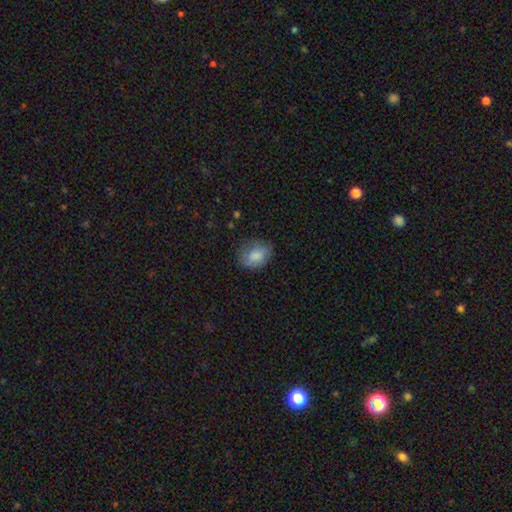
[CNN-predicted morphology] Smooth or featured? Predicted: smooth (p=0.83). How rounded? Predicted: in between (p=0.59). Merging? Predicted: none (p=0.68).